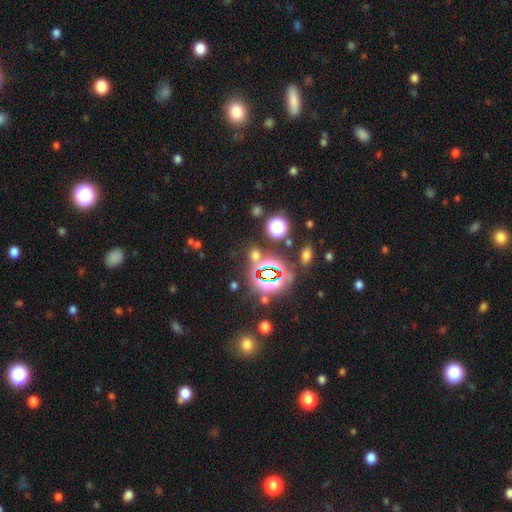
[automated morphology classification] Smooth or featured? star or artifact (54%)